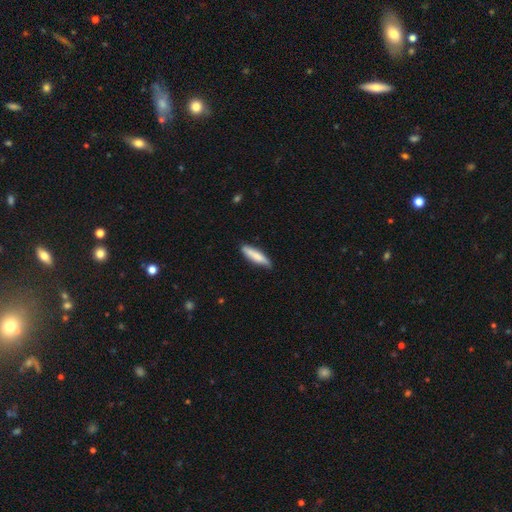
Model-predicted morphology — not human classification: Smooth or featured? smooth (76%)
How rounded? cigar-shaped (77%)
Merging? none (76%)